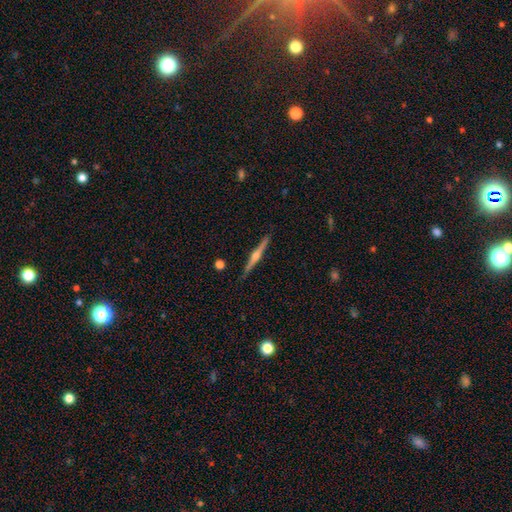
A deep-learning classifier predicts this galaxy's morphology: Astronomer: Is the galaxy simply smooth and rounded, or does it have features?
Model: featured or disk — 81%.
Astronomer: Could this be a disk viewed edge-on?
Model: yes — 99%.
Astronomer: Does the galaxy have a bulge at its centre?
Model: rounded — 92%.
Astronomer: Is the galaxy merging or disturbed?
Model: none — 91%.